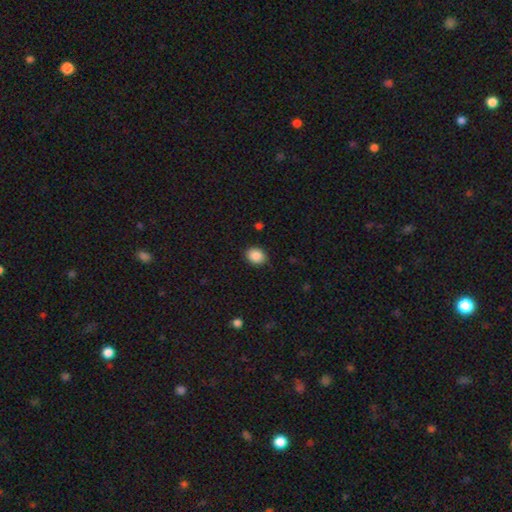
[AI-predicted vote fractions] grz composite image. It shows a smooth galaxy with no disk features (88%) that is round (50%). Merging: none (86%).